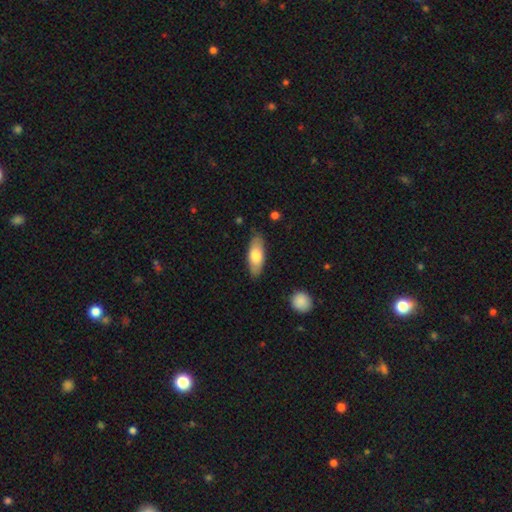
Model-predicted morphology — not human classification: Overall: smooth (72%). How rounded: in between (75%). Merging: none (84%).